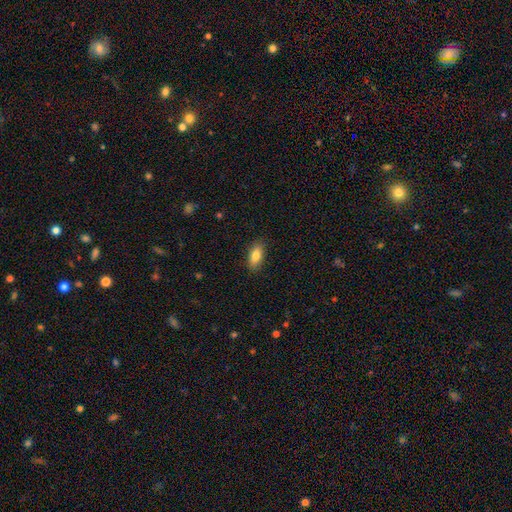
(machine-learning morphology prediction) smooth_or_featured: smooth (p=0.81) [alt: featured or disk p=0.12]
how_rounded: in between (p=0.82) [alt: cigar-shaped p=0.15]
merging: none (p=0.86) [alt: minor disturbance p=0.11]